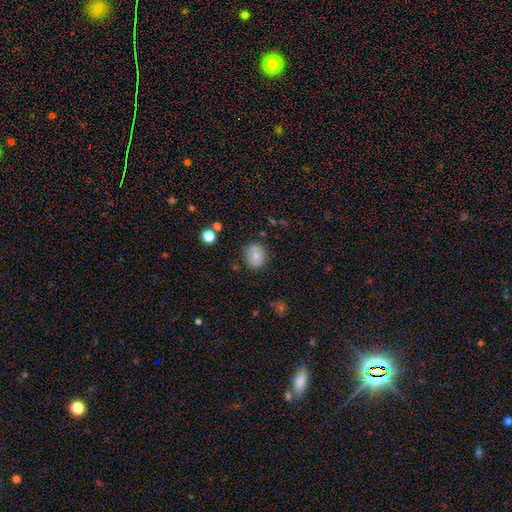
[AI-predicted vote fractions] smooth_or_featured: smooth (p=0.75) [alt: featured or disk p=0.15]
how_rounded: round (p=0.63) [alt: in between p=0.36]
merging: none (p=0.82) [alt: minor disturbance p=0.13]